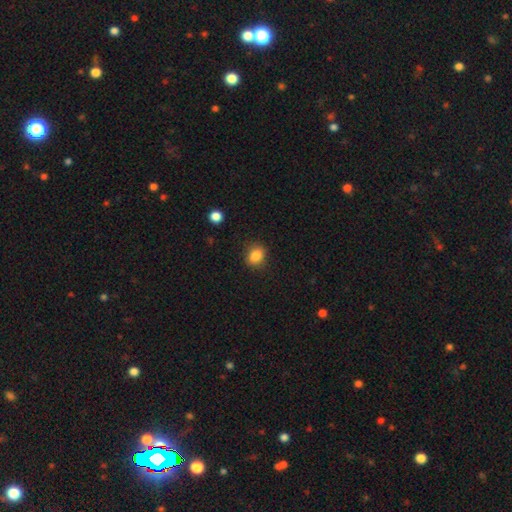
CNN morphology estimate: Smooth or featured? smooth (85%)
How rounded? round (54%)
Merging? none (85%)